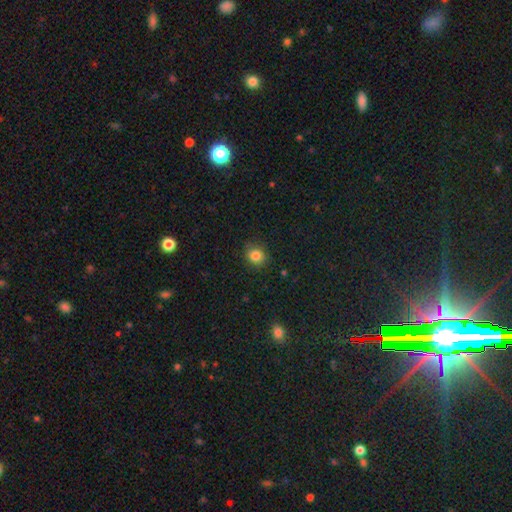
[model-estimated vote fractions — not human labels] Smooth or featured?
  - smooth: 84% *
  - star or artifact: 11%
  - featured or disk: 5%
How rounded?
  - round: 78% *
  - in between: 21%
  - cigar-shaped: 1%
Merging?
  - none: 87% *
  - minor disturbance: 9%
  - major disturbance: 2%
  - merger: 1%